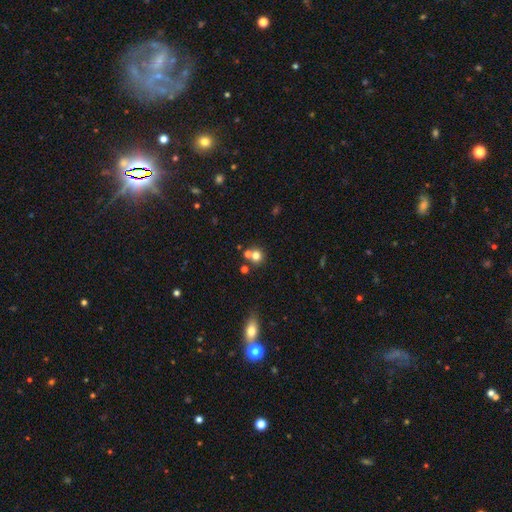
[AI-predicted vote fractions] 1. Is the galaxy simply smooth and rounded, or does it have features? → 73% smooth, 16% star or artifact, 11% featured or disk.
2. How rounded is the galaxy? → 88% round, 11% in between, 1% cigar-shaped.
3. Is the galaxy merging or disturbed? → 58% none, 31% merger, 8% minor disturbance, 3% major disturbance.